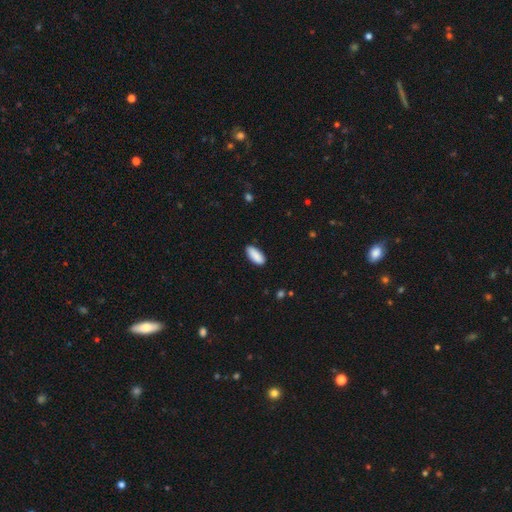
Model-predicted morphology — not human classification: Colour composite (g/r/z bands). It shows a smooth galaxy with no disk features (90%) that is in between round and cigar-shaped (86%). Merging: none (85%).